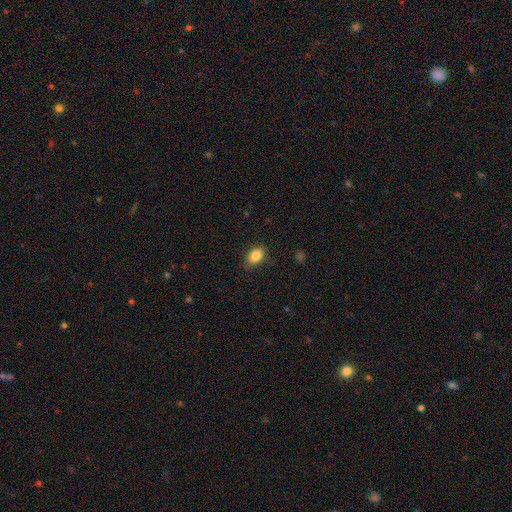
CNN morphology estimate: Smooth or featured?
  - smooth: 84% *
  - star or artifact: 9%
  - featured or disk: 7%
How rounded?
  - in between: 81% *
  - round: 18%
  - cigar-shaped: 1%
Merging?
  - none: 81% *
  - minor disturbance: 15%
  - major disturbance: 3%
  - merger: 1%